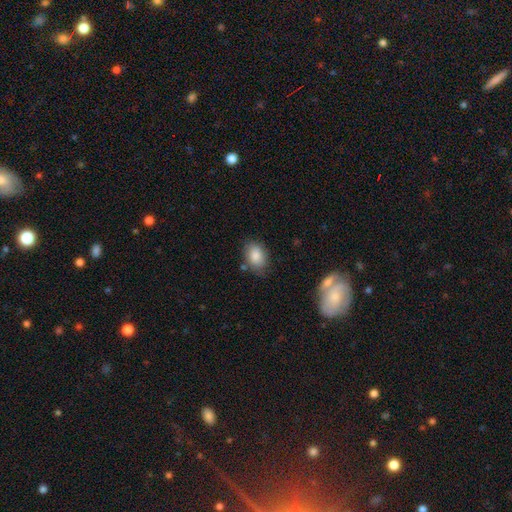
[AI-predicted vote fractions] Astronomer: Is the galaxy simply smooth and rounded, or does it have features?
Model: smooth — 86%.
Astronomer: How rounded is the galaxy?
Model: in between — 81%.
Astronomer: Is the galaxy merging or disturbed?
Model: none — 74%.